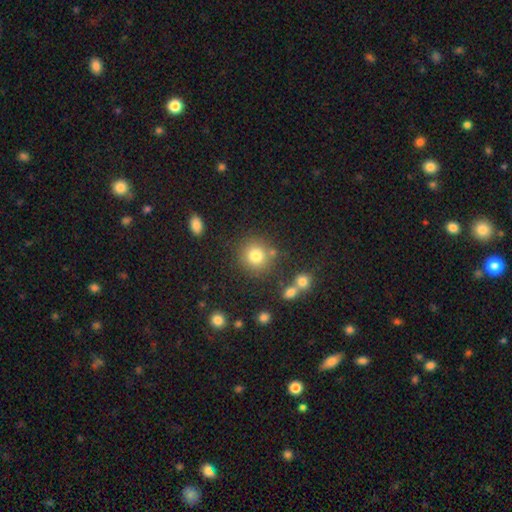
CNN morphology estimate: Smooth or featured? Predicted: smooth (p=0.79). How rounded? Predicted: round (p=0.90). Merging? Predicted: none (p=0.77).